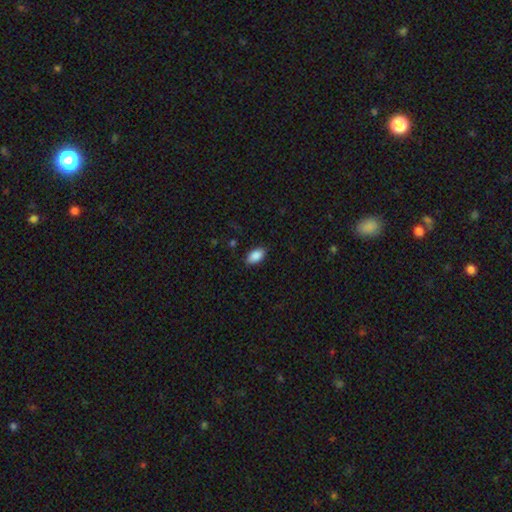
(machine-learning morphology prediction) Smooth or featured?
  - smooth: 89% *
  - star or artifact: 7%
  - featured or disk: 4%
How rounded?
  - in between: 93% *
  - round: 4%
  - cigar-shaped: 3%
Merging?
  - none: 85% *
  - minor disturbance: 11%
  - major disturbance: 2%
  - merger: 1%